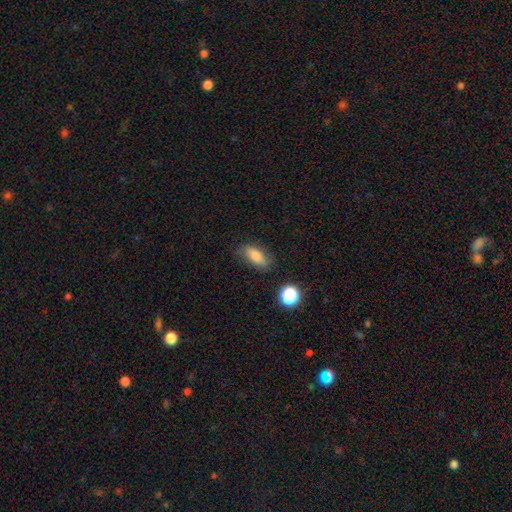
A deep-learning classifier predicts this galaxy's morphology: A smooth galaxy with no disk features (74%) that is in between round and cigar-shaped (81%). Merging: none (74%).